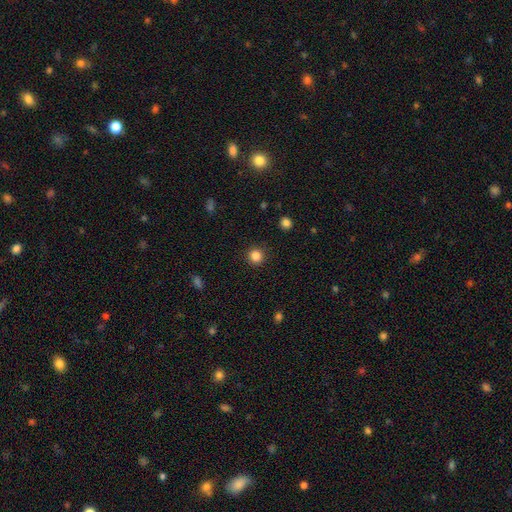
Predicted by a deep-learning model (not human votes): smooth 84%, star or artifact 12%, featured or disk 4%. Down the decision tree: how rounded — round (94%); merging — none (92%).